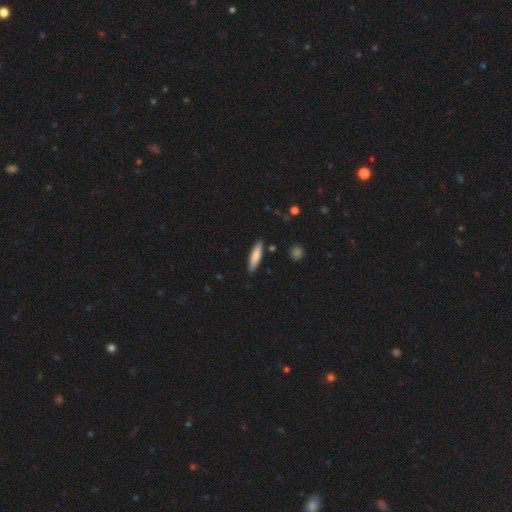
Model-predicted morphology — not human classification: This is likely a smooth galaxy (78%). How rounded: likely cigar-shaped (77%). Merging: clearly none (87%).